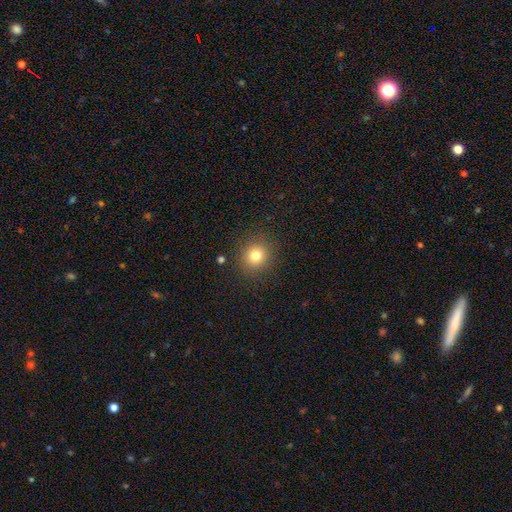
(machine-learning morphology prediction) This is likely a smooth galaxy (79%). How rounded: clearly round (89%). Merging: clearly none (88%).